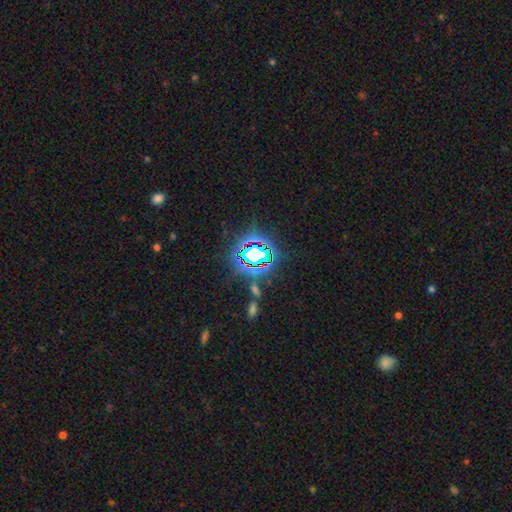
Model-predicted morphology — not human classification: star or artifact 75%, smooth 14%, featured or disk 10%.